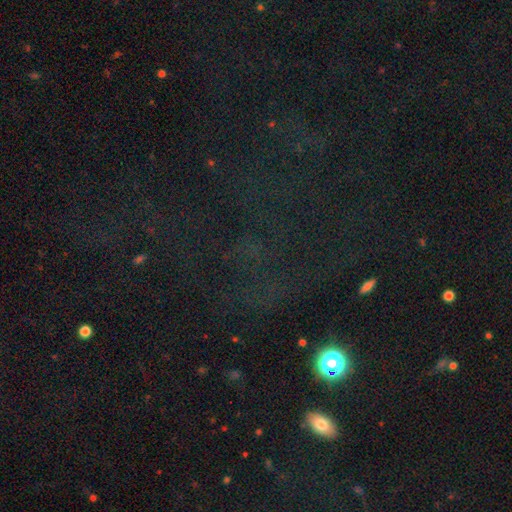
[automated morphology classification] Smooth or featured: star or artifact — 67% (smooth — 20%)